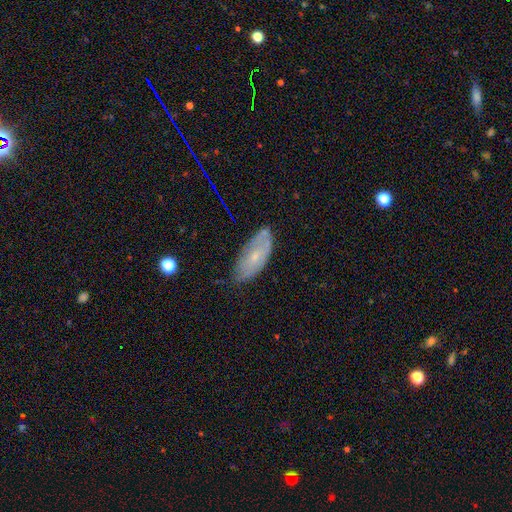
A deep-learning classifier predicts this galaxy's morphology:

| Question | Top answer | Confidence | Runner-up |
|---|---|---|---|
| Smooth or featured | featured or disk | 46% | smooth (45%) |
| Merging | none | 60% | minor disturbance (30%) |